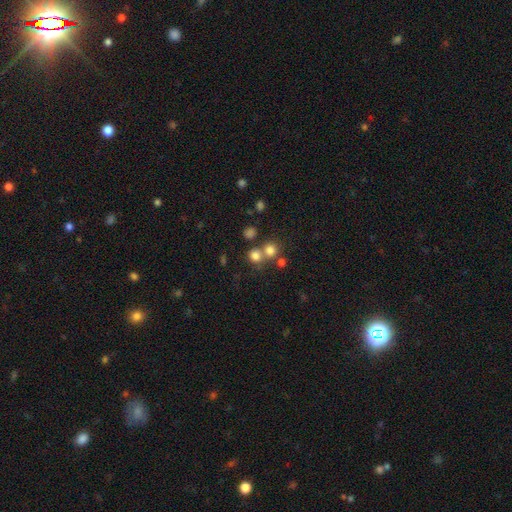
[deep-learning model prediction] The model was most divided on "merging": none: 56%, merger: 33%, minor disturbance: 7%, major disturbance: 4%. More confident: how rounded — round (86%); smooth or featured — smooth (75%).